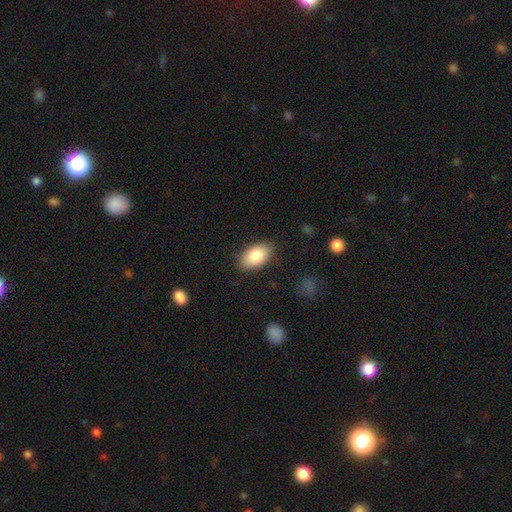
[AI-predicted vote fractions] Q: Smooth or featured?
A: smooth (82%); runner-up: featured or disk (11%)
Q: How rounded?
A: in between (94%); runner-up: round (5%)
Q: Merging?
A: none (85%); runner-up: minor disturbance (11%)